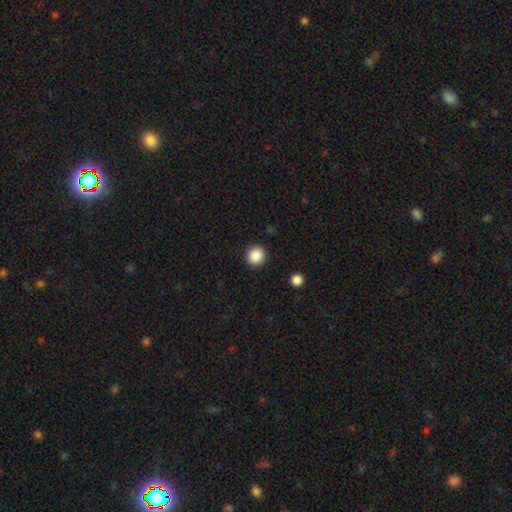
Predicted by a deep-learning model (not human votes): Smooth or featured? smooth (88%)
How rounded? round (94%)
Merging? none (92%)